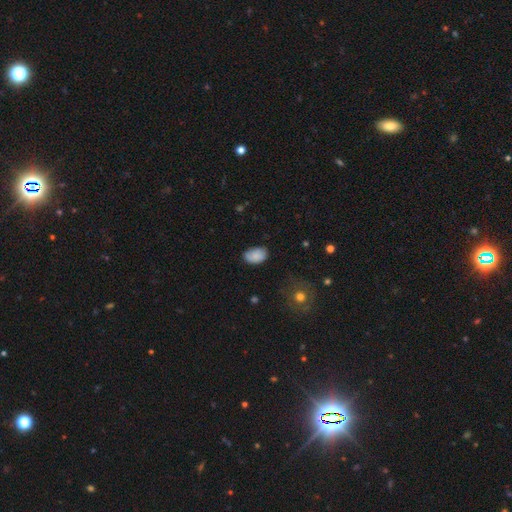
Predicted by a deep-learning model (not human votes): smooth_or_featured: smooth (p=0.84) [alt: featured or disk p=0.08]
how_rounded: in between (p=0.89) [alt: round p=0.10]
merging: none (p=0.72) [alt: minor disturbance p=0.23]